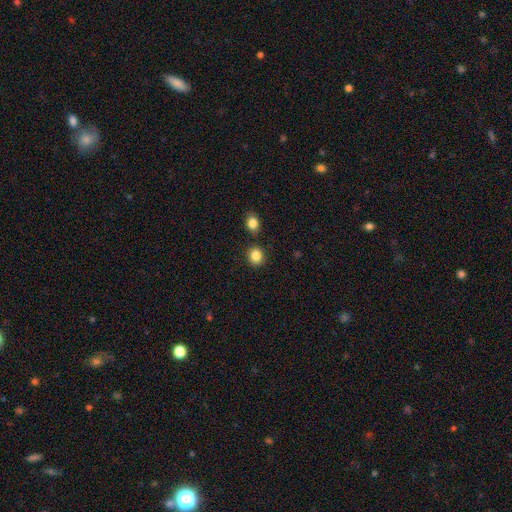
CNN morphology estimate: type=smooth (86%); roundness=round (75%); merging=none (83%).